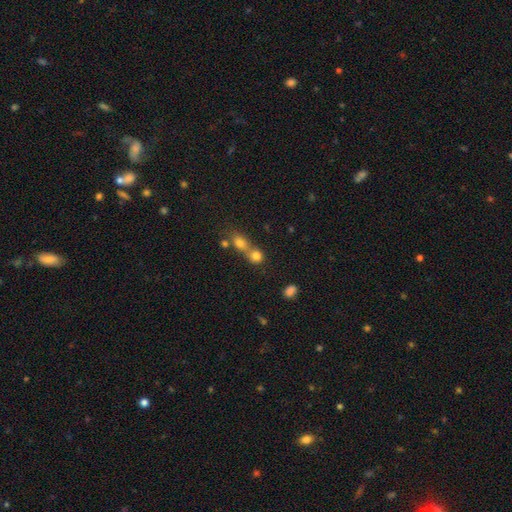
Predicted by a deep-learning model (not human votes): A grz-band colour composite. It shows a smooth galaxy with no disk features (78%) that is round (76%). Merging: merger (56%).